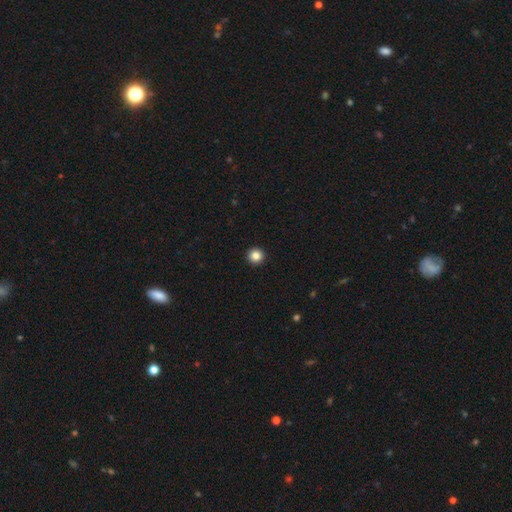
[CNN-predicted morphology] A smooth galaxy with no disk features (85%) that is round (96%). Merging: none (94%).